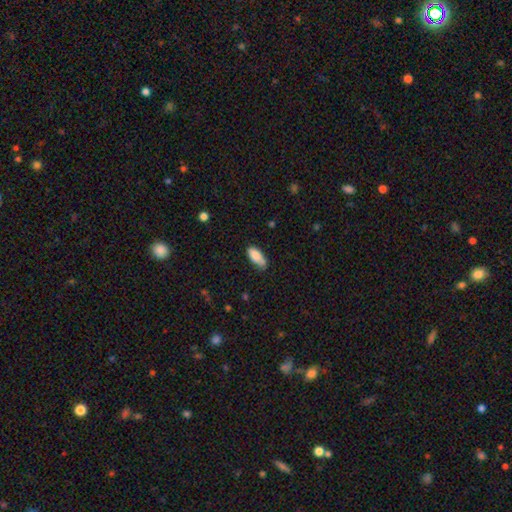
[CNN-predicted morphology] Smooth or featured? smooth (86%)
How rounded? in between (84%)
Merging? none (67%)